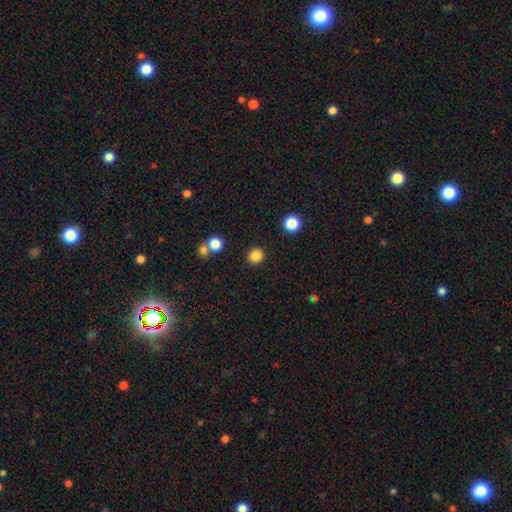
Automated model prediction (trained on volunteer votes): smooth 84%, star or artifact 12%, featured or disk 3%. Down the decision tree: how rounded — round (90%); merging — none (90%).